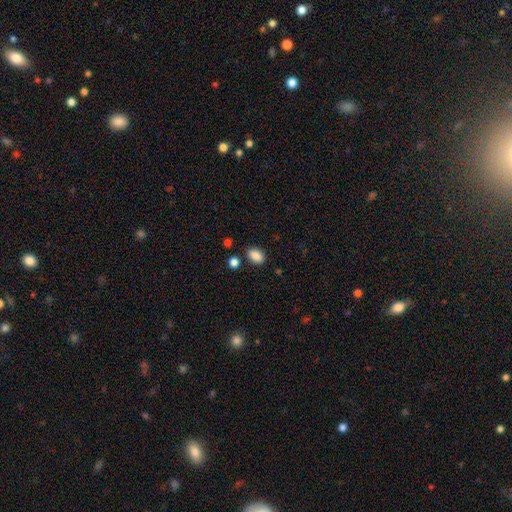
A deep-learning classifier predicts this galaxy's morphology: Q: Smooth or featured?
A: smooth (87%); runner-up: star or artifact (8%)
Q: How rounded?
A: in between (79%); runner-up: round (19%)
Q: Merging?
A: none (83%); runner-up: minor disturbance (10%)